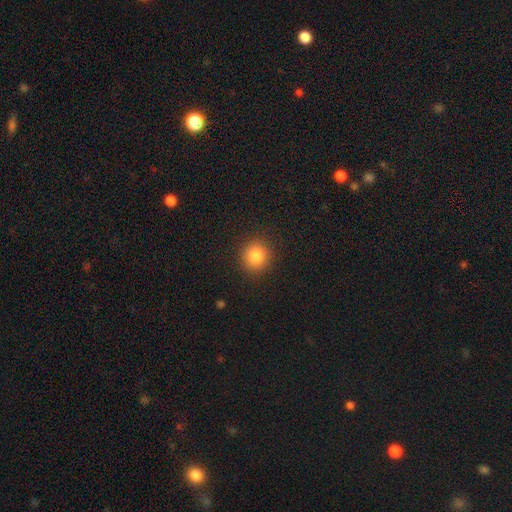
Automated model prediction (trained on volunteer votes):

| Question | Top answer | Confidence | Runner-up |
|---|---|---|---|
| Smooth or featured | smooth | 83% | star or artifact (11%) |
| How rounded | round | 84% | in between (15%) |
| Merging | none | 90% | minor disturbance (7%) |